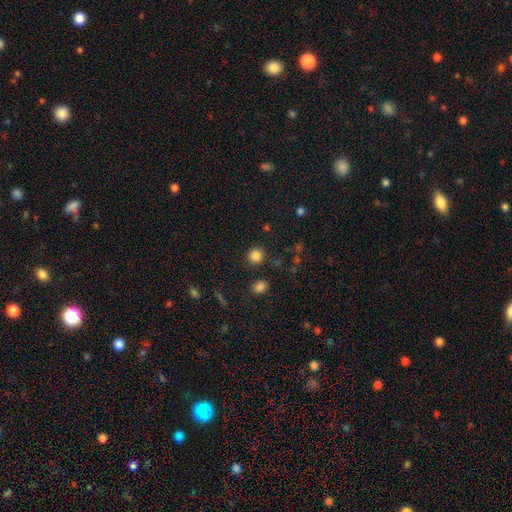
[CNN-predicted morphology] The model was most divided on "smooth or featured": smooth: 84%, star or artifact: 12%, featured or disk: 4%. More confident: how rounded — round (91%); merging — none (88%).